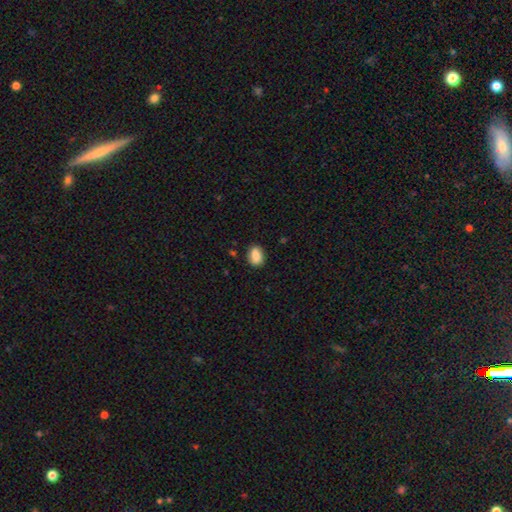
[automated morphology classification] type=smooth (83%); roundness=in between (68%); merging=none (85%).